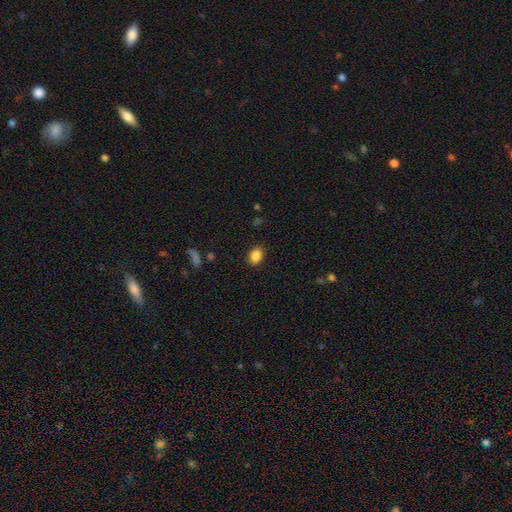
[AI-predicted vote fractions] Smooth or featured? Predicted: smooth (p=0.87). How rounded? Predicted: in between (p=0.74). Merging? Predicted: none (p=0.88).